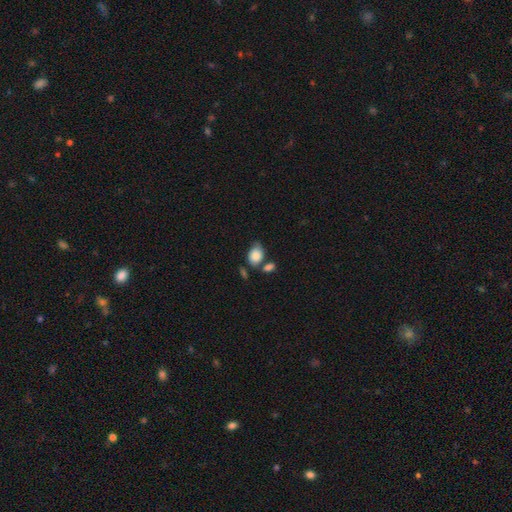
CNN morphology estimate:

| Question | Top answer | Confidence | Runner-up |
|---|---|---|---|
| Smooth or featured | smooth | 84% | featured or disk (9%) |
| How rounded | in between | 74% | round (25%) |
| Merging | none | 46% | minor disturbance (23%) |